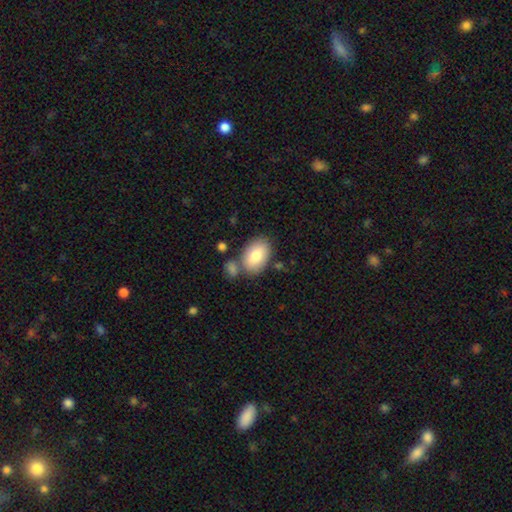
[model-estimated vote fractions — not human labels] smooth 81%, featured or disk 12%, star or artifact 6%. Down the decision tree: how rounded — in between (90%); merging — none (69%).